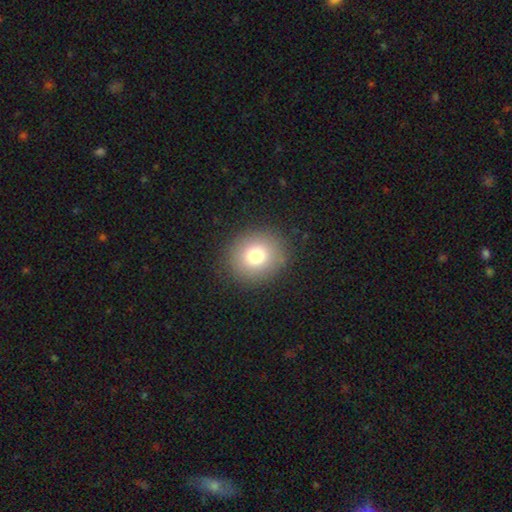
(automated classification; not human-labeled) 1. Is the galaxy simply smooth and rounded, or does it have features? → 76% smooth, 13% star or artifact, 11% featured or disk.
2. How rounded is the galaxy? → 85% round, 14% in between, 1% cigar-shaped.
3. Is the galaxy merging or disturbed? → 88% none, 7% minor disturbance, 3% major disturbance, 1% merger.